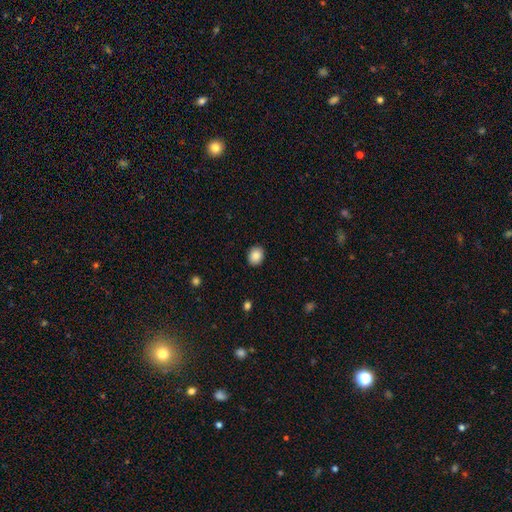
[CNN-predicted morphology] A smooth galaxy with no disk features (88%) that is round (58%).

Vote fractions:
- Smooth or featured? smooth: 88% / star or artifact: 8% / featured or disk: 4%
- How rounded? round: 58% / in between: 42% / cigar-shaped: 1%
- Merging? none: 90% / minor disturbance: 7% / major disturbance: 2% / merger: 1%